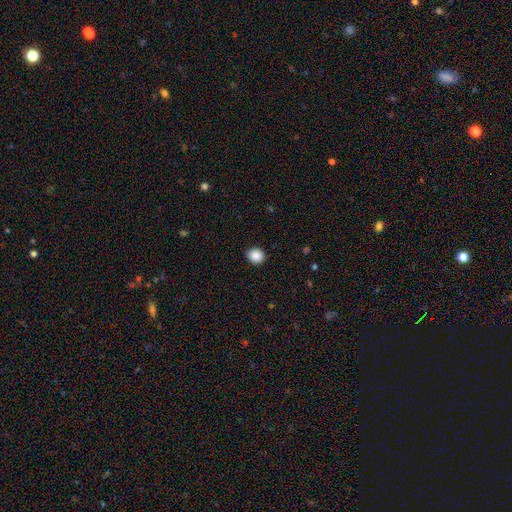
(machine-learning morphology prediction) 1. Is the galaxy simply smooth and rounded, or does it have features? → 88% smooth, 9% star or artifact, 3% featured or disk.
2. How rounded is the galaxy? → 78% round, 21% in between, 1% cigar-shaped.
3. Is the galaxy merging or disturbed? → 92% none, 6% minor disturbance, 2% major disturbance, 1% merger.